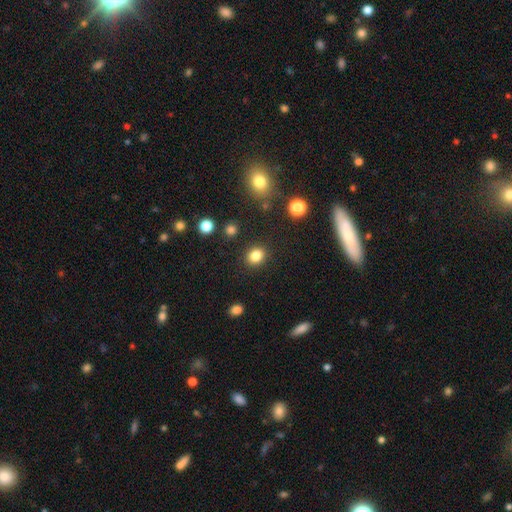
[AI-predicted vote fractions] Smooth or featured? smooth (84%)
How rounded? round (64%)
Merging? none (88%)